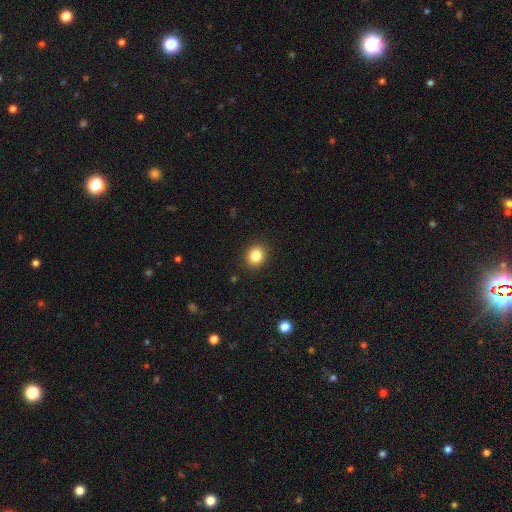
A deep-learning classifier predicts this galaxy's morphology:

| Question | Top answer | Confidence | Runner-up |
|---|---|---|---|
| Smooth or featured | smooth | 84% | star or artifact (10%) |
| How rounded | round | 73% | in between (26%) |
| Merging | none | 90% | minor disturbance (7%) |